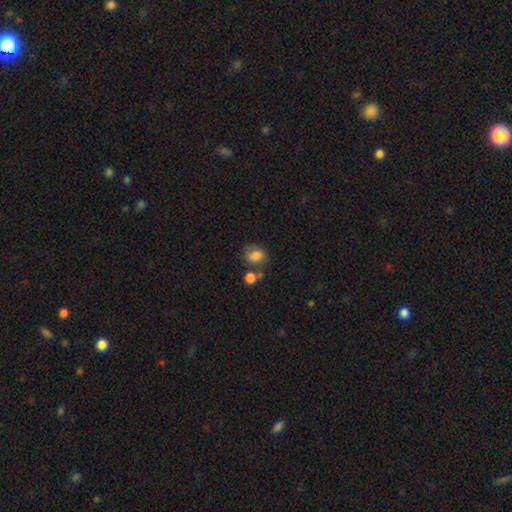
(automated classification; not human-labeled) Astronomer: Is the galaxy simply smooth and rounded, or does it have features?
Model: smooth — 79%.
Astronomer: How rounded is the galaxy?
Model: round — 60% (runner-up: in between, 39%).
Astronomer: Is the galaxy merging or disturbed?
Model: none — 58%.